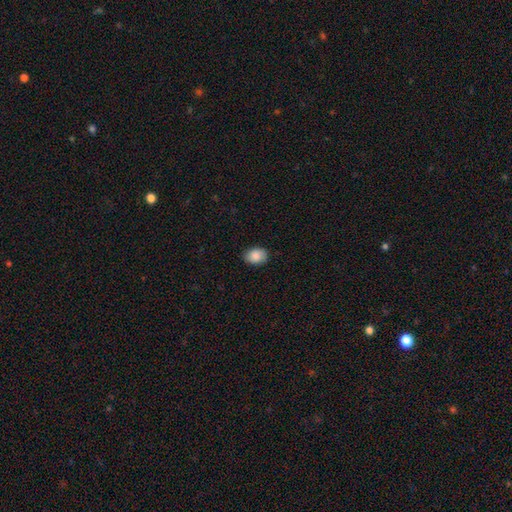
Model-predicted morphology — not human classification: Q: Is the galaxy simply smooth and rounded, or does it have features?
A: smooth — 87%.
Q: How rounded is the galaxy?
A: in between — 75%.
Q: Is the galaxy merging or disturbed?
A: none — 85%.